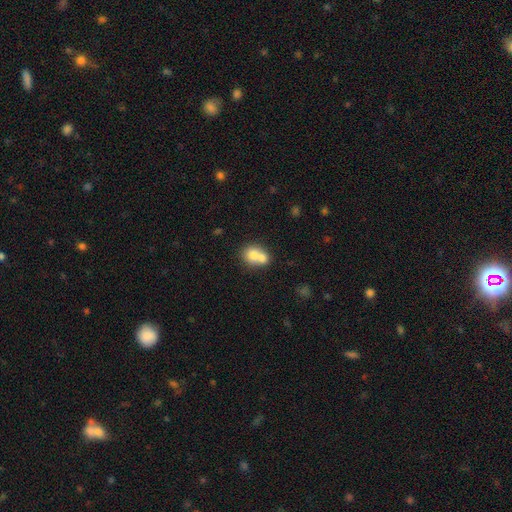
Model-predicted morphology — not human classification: smooth-or-featured: smooth: 71% | featured or disk: 20% | star or artifact: 9%
  how-rounded: round: 64% | in between: 35% | cigar-shaped: 1%
  merging: merger: 66% | none: 26% | minor disturbance: 6% | major disturbance: 3%